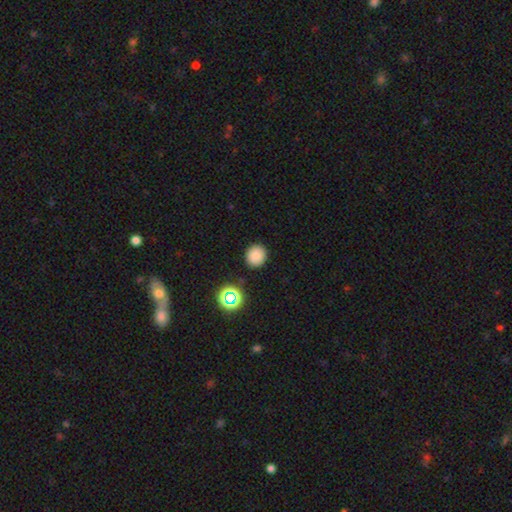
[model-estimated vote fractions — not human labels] smooth-or-featured: smooth: 81% | star or artifact: 14% | featured or disk: 5%
  how-rounded: round: 83% | in between: 16% | cigar-shaped: 1%
  merging: none: 89% | minor disturbance: 7% | merger: 2% | major disturbance: 2%